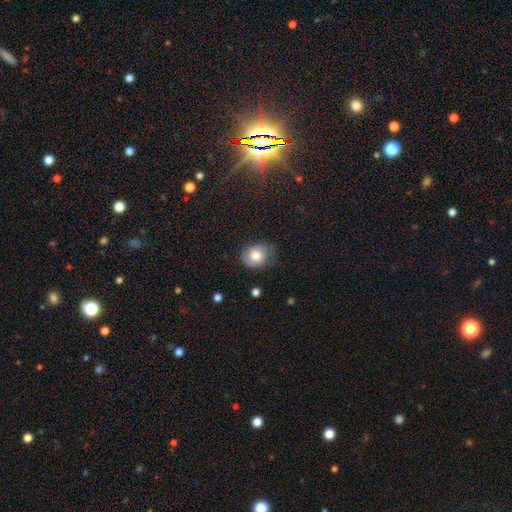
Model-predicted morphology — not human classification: Q: Smooth or featured?
A: smooth (75%); runner-up: featured or disk (16%)
Q: How rounded?
A: round (59%); runner-up: in between (40%)
Q: Merging?
A: none (63%); runner-up: minor disturbance (28%)